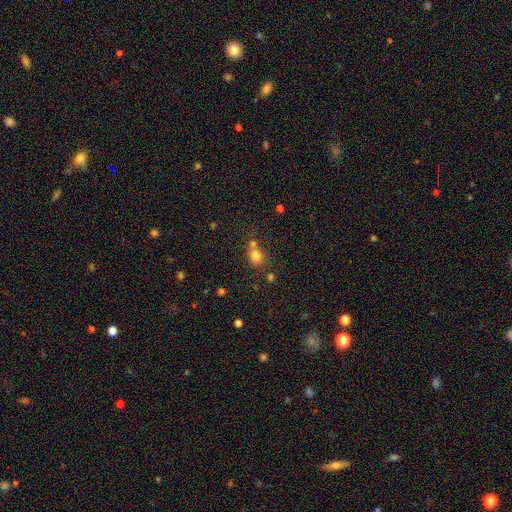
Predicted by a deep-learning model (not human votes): Smooth or featured? smooth (76%)
How rounded? round (59%)
Merging? none (45%)